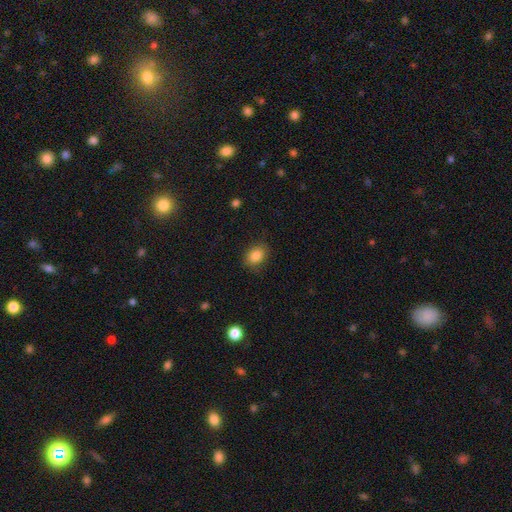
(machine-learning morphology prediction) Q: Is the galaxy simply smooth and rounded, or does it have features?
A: smooth — 85%.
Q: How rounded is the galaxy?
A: in between — 65%.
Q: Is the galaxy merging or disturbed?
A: none — 82%.